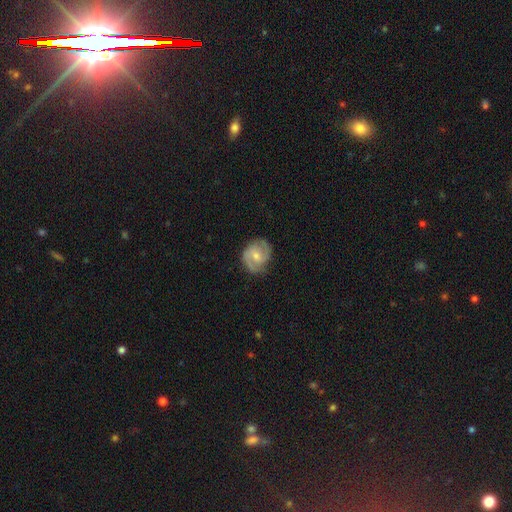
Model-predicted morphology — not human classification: featured or disk 79%, smooth 16%, star or artifact 5%. Down the decision tree: edge-on disk — no (98%); bar — weak (47%); spiral arms — yes (95%); spiral arm count — 2 (87%); spiral winding — medium (50%); bulge size — small (51%); merging — none (80%).